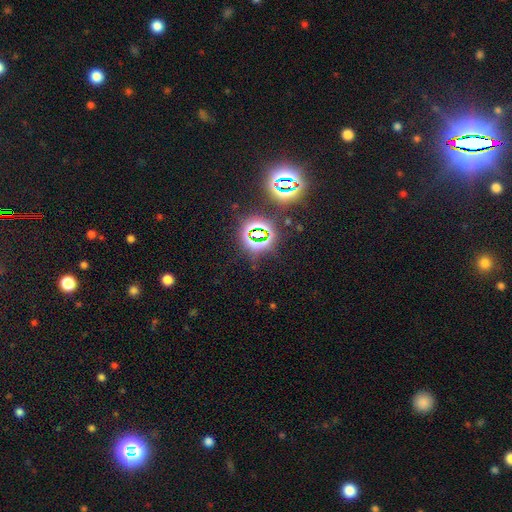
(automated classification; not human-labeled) The model was most divided on "smooth or featured": star or artifact: 80%, smooth: 12%, featured or disk: 7%.